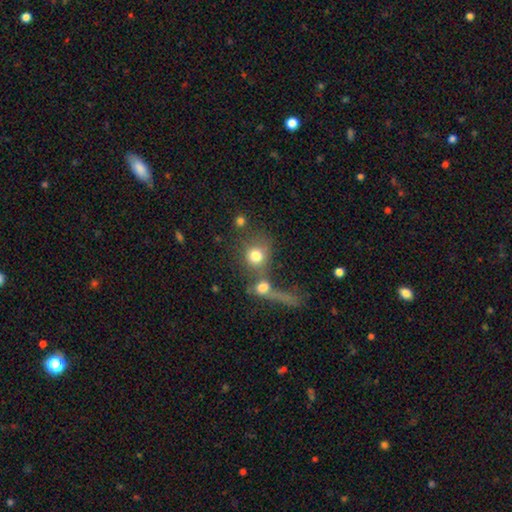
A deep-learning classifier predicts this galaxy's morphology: Smooth or featured?
  - smooth: 75% *
  - featured or disk: 13%
  - star or artifact: 12%
How rounded?
  - round: 81% *
  - in between: 16%
  - cigar-shaped: 3%
Merging?
  - merger: 43% *
  - none: 37%
  - major disturbance: 11%
  - minor disturbance: 9%